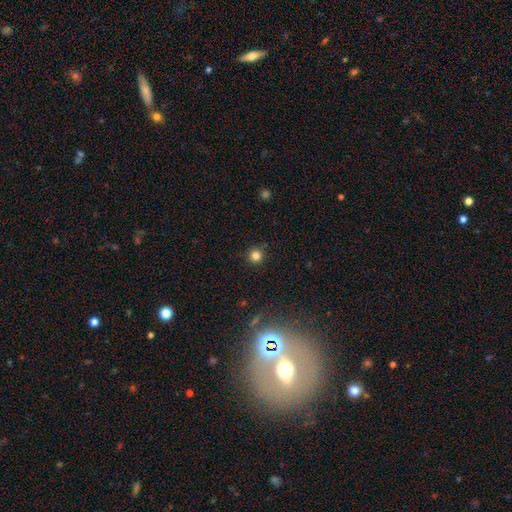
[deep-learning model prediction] The model was most divided on "smooth or featured": smooth: 81%, star or artifact: 14%, featured or disk: 5%. More confident: how rounded — round (96%); merging — none (91%).